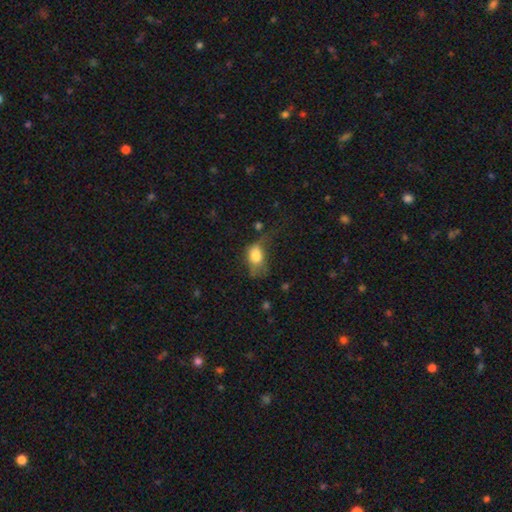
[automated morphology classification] Smooth or featured? smooth (74%)
How rounded? in between (79%)
Merging? major disturbance (46%)